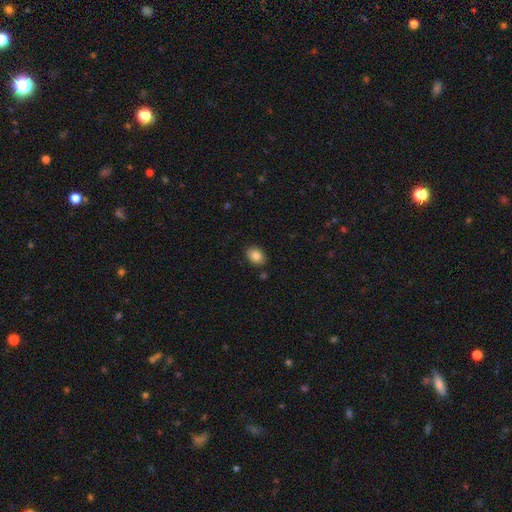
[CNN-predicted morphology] smooth 86%, star or artifact 8%, featured or disk 6%. Down the decision tree: how rounded — in between (70%); merging — none (87%).